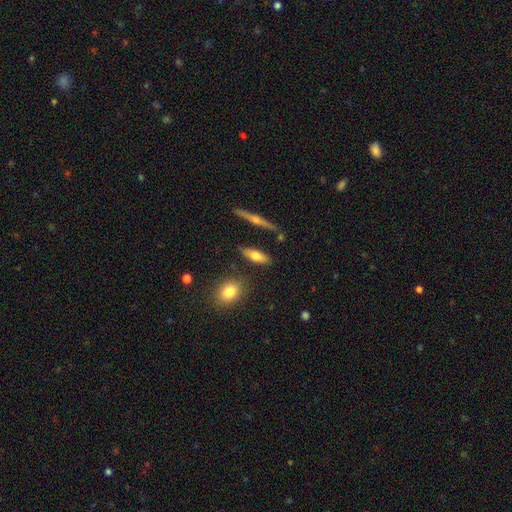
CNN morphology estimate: A smooth galaxy with no disk features (65%) that is in between round and cigar-shaped (65%).

Vote fractions:
- Smooth or featured? smooth: 65% / featured or disk: 27% / star or artifact: 8%
- How rounded? in between: 65% / cigar-shaped: 30% / round: 5%
- Merging? none: 80% / minor disturbance: 12% / merger: 5% / major disturbance: 3%